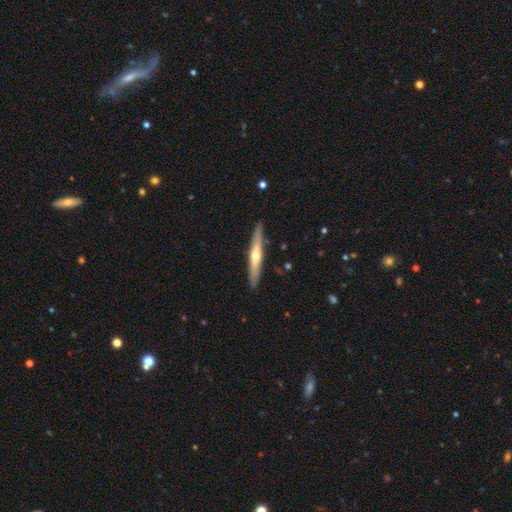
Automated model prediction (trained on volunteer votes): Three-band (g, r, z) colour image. It shows a featured or disk galaxy (61%) viewed edge-on (93%) with a rounded central bulge (85%). Merging: none (89%).